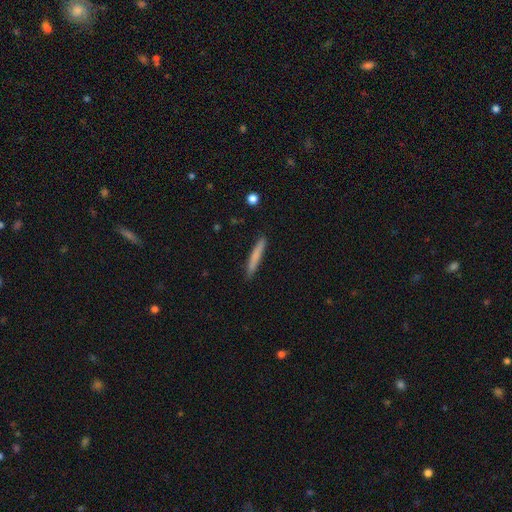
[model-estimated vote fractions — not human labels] A smooth galaxy with no disk features (75%) that is cigar-shaped (96%).

Vote fractions:
- Smooth or featured? smooth: 75% / featured or disk: 19% / star or artifact: 6%
- How rounded? cigar-shaped: 96% / in between: 3% / round: 1%
- Merging? none: 88% / minor disturbance: 9% / major disturbance: 2% / merger: 1%